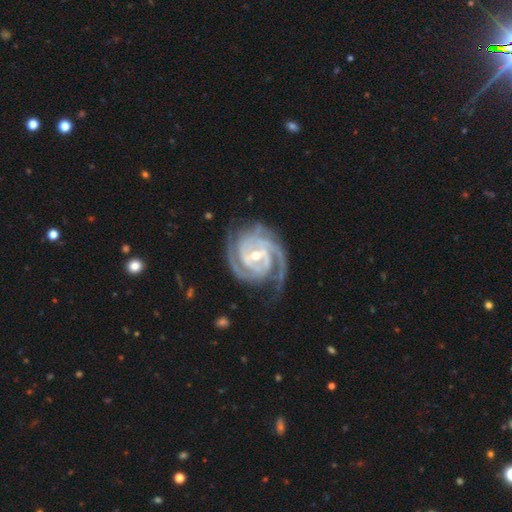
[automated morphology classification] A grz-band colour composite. It shows a featured or disk galaxy (94%) with a weak bar (44%), 3 (35%) tight (74%) spiral arms (99%) and a small central bulge (49%). Merging: none (73%).